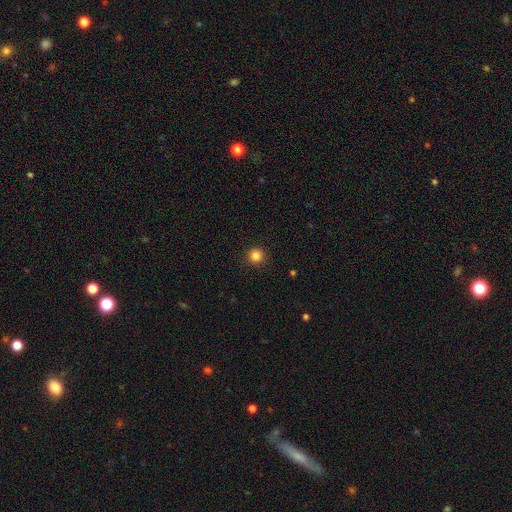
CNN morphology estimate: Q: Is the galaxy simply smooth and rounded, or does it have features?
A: smooth — 84%.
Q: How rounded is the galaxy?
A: round — 95%.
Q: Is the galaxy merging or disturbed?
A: none — 92%.